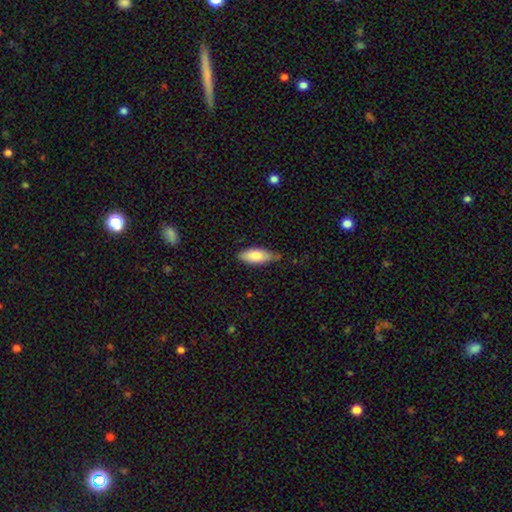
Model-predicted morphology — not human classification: Smooth or featured? Predicted: smooth (p=0.78). How rounded? Predicted: in between (p=0.81). Merging? Predicted: none (p=0.69).